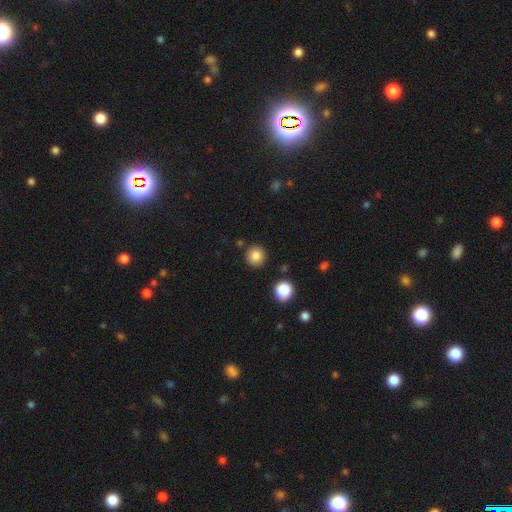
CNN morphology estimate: A smooth galaxy with no disk features (84%) that is round (93%). Merging: none (89%).